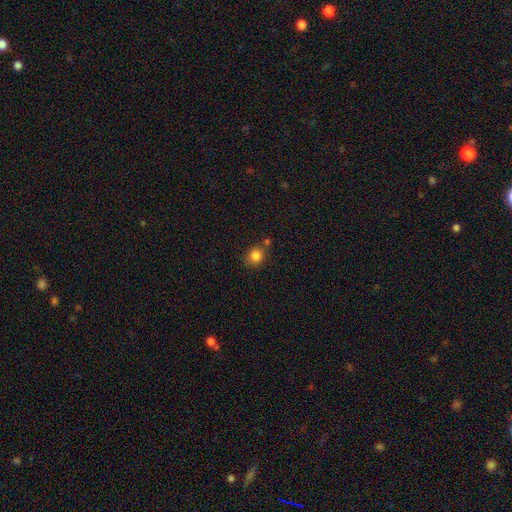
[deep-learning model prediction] Smooth or featured? Predicted: smooth (p=0.84). How rounded? Predicted: round (p=0.76). Merging? Predicted: none (p=0.69).